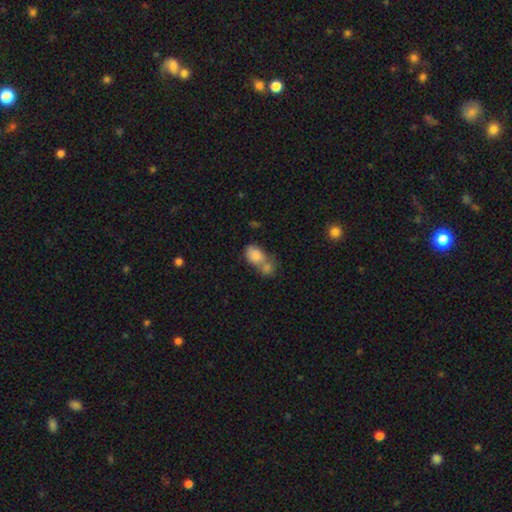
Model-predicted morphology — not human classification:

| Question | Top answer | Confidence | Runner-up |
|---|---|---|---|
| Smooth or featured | smooth | 82% | featured or disk (10%) |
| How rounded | in between | 79% | round (19%) |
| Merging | merger | 61% | none (25%) |